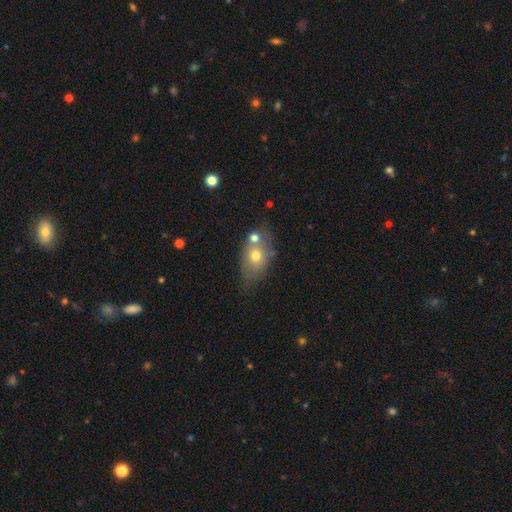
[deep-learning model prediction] The model was most divided on "merging": none: 49%, merger: 28%, minor disturbance: 17%, major disturbance: 6%. More confident: how rounded — in between (78%); smooth or featured — smooth (66%).